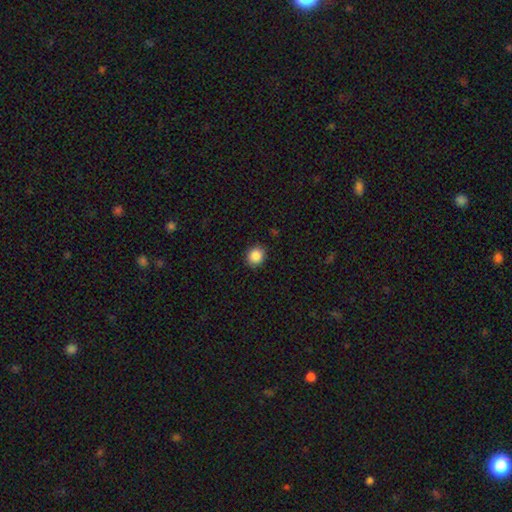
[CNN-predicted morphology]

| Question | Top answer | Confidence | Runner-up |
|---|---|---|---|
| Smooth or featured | smooth | 87% | star or artifact (9%) |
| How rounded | round | 82% | in between (17%) |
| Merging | none | 89% | minor disturbance (8%) |